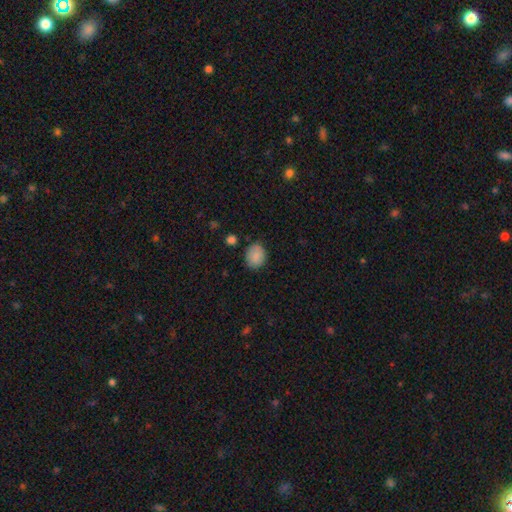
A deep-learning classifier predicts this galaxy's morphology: Smooth or featured?
  - smooth: 87% *
  - star or artifact: 8%
  - featured or disk: 5%
How rounded?
  - round: 53% *
  - in between: 46%
  - cigar-shaped: 1%
Merging?
  - none: 79% *
  - minor disturbance: 16%
  - major disturbance: 3%
  - merger: 2%